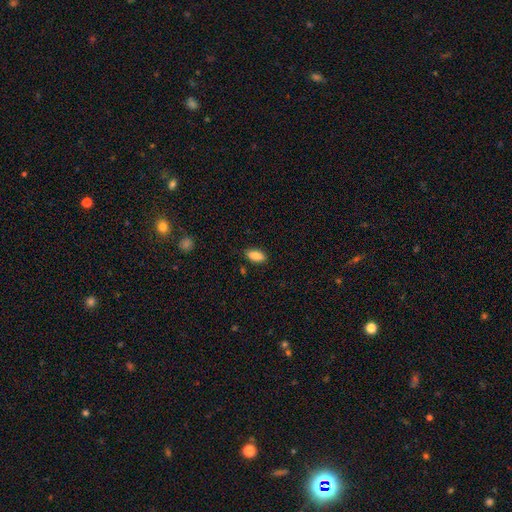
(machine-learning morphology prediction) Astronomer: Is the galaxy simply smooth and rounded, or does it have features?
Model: smooth — 88%.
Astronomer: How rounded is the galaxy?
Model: in between — 89%.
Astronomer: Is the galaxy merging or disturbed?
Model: none — 85%.